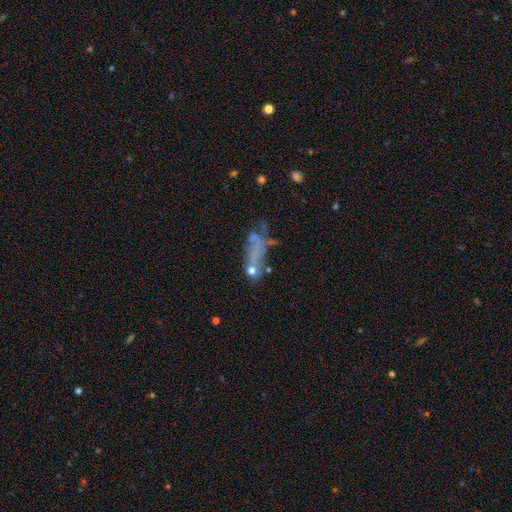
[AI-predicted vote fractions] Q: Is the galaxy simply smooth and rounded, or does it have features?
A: featured or disk — 41%.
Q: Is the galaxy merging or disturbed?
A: none — 34%.